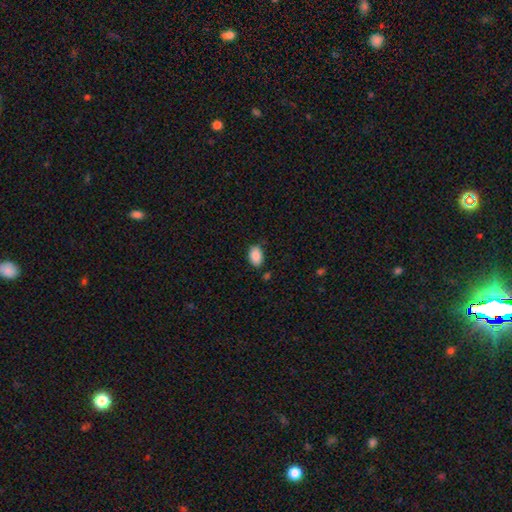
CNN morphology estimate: Q: Smooth or featured?
A: smooth (89%); runner-up: star or artifact (7%)
Q: How rounded?
A: in between (90%); runner-up: round (9%)
Q: Merging?
A: none (79%); runner-up: minor disturbance (15%)